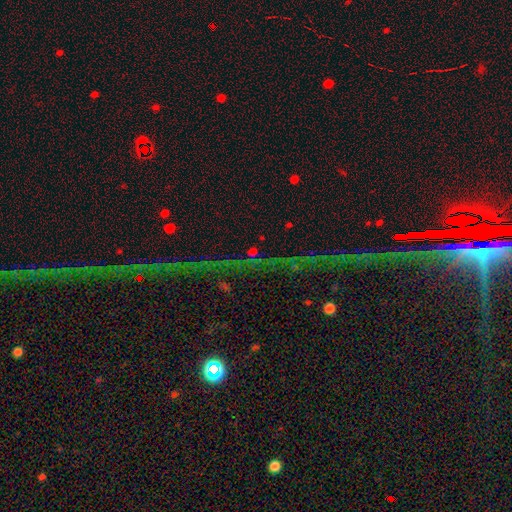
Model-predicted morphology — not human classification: smooth-or-featured: star or artifact: 73% | featured or disk: 15% | smooth: 12%